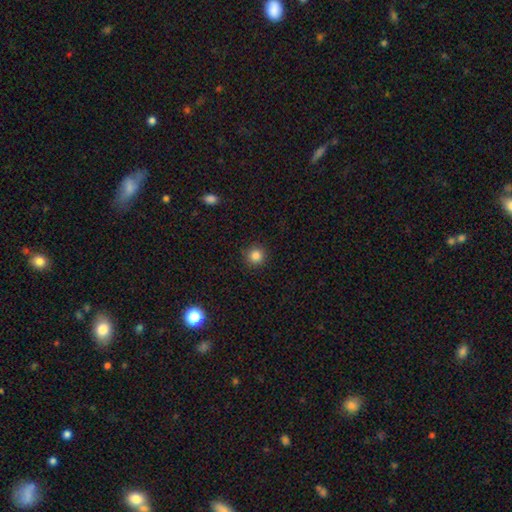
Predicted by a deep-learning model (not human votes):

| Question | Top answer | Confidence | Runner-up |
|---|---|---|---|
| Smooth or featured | smooth | 84% | star or artifact (12%) |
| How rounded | round | 95% | in between (4%) |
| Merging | none | 91% | minor disturbance (6%) |